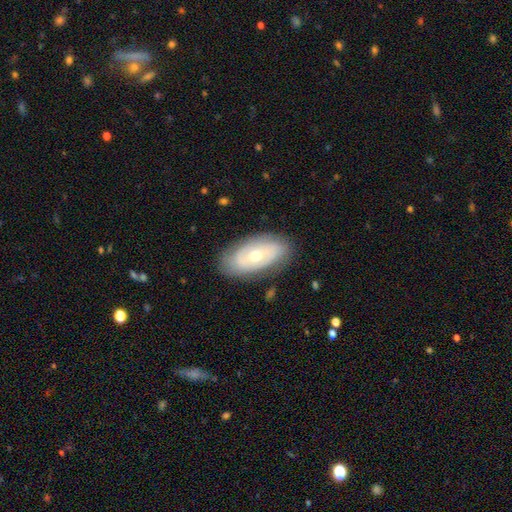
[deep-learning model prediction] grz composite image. It shows a featured or disk galaxy (61%) with no bar (71%), spiral arms (62%) and a moderate central bulge (64%). Merging: none (80%).